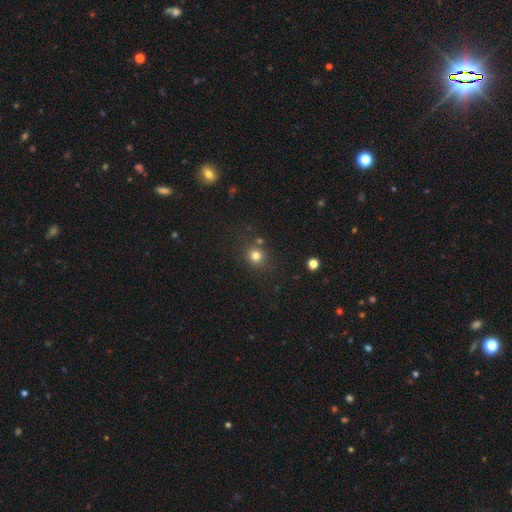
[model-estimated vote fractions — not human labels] This appears to be a smooth galaxy with no disk features (79%) that is round (83%). Merging: none (77%).